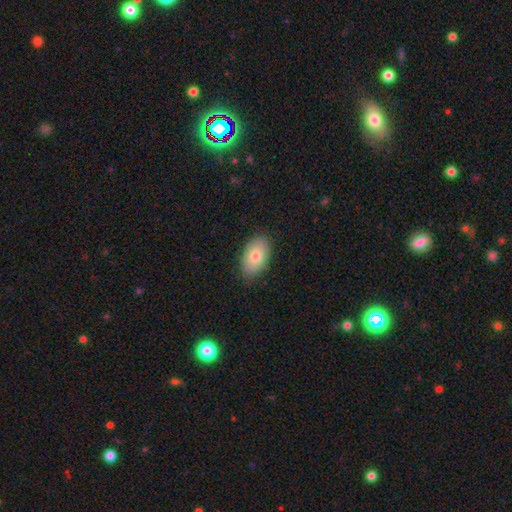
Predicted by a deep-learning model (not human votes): Smooth or featured: smooth — 78% (featured or disk — 15%)
How rounded: in between — 92% (round — 7%)
Merging: none — 84% (minor disturbance — 12%)